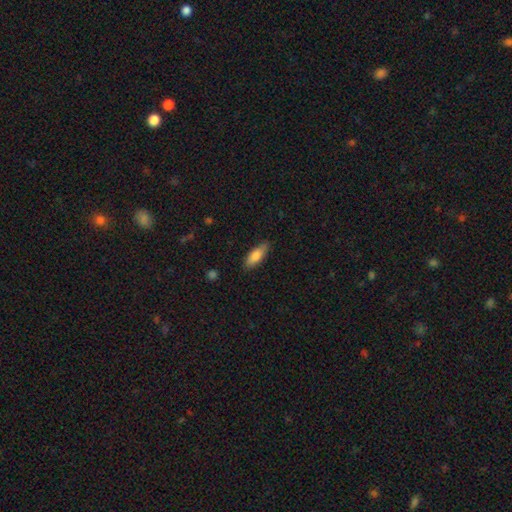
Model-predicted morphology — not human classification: smooth_or_featured: smooth (p=0.79) [alt: featured or disk p=0.15]
how_rounded: in between (p=0.66) [alt: cigar-shaped p=0.32]
merging: none (p=0.83) [alt: minor disturbance p=0.13]